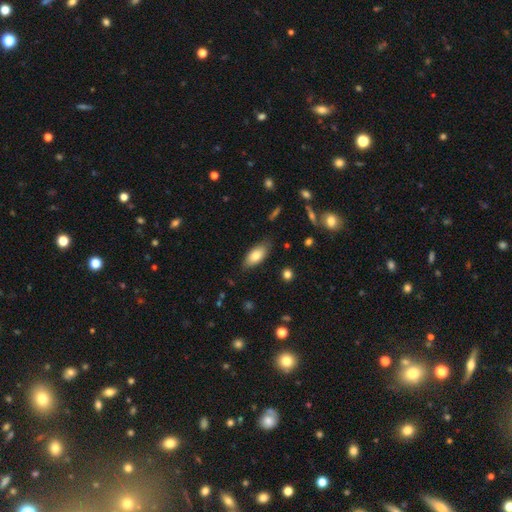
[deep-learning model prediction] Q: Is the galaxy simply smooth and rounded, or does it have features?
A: smooth — 79%.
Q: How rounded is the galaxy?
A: in between — 88%.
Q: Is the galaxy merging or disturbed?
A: none — 80%.